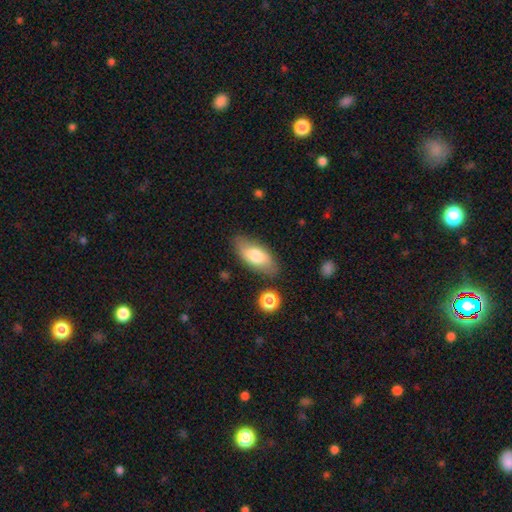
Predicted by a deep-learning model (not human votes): Smooth or featured? smooth (72%)
How rounded? in between (87%)
Merging? none (80%)